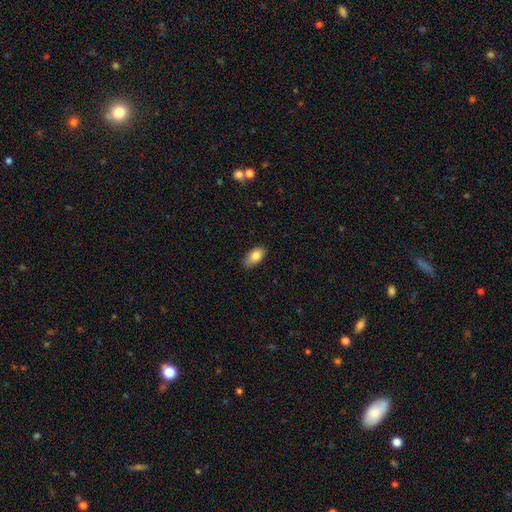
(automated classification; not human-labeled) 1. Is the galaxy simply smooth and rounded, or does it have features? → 82% smooth, 11% featured or disk, 7% star or artifact.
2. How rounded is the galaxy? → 91% in between, 4% cigar-shaped, 4% round.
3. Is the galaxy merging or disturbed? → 82% none, 15% minor disturbance, 2% major disturbance, 1% merger.